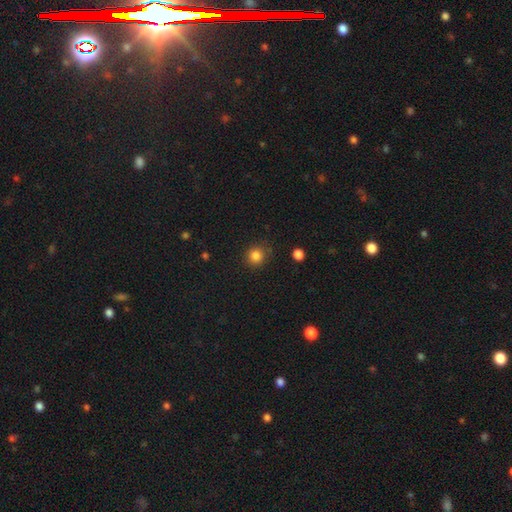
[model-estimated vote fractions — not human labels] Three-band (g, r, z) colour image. It shows a smooth galaxy with no disk features (84%) that is round (91%). Merging: none (85%).